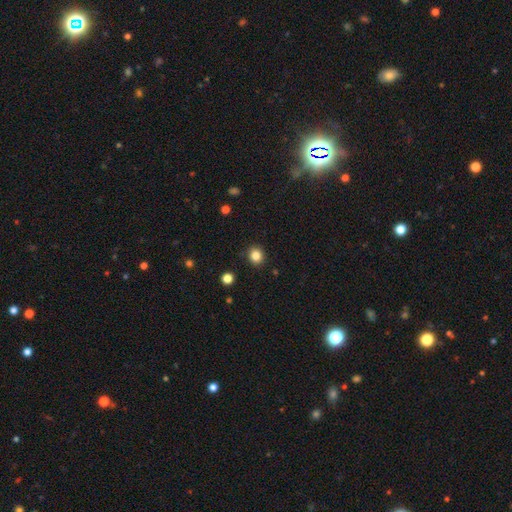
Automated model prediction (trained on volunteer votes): Q: Smooth or featured?
A: smooth (84%); runner-up: star or artifact (11%)
Q: How rounded?
A: round (82%); runner-up: in between (17%)
Q: Merging?
A: none (91%); runner-up: minor disturbance (6%)